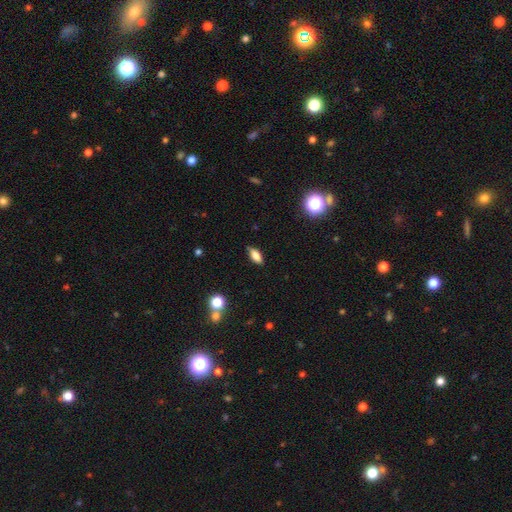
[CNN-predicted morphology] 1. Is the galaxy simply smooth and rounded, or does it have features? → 77% smooth, 14% featured or disk, 10% star or artifact.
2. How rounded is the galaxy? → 80% in between, 16% cigar-shaped, 4% round.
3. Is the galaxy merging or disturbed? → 86% none, 11% minor disturbance, 2% major disturbance, 1% merger.